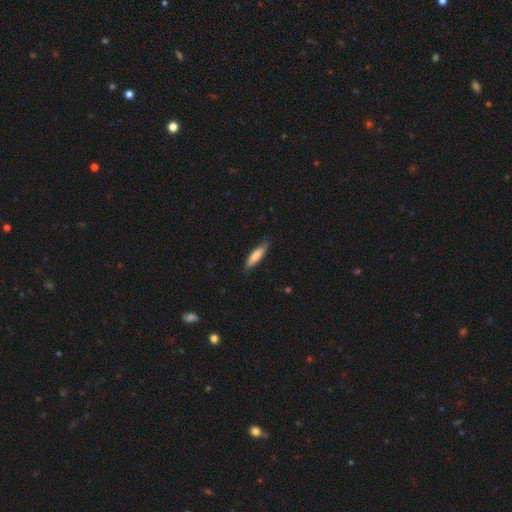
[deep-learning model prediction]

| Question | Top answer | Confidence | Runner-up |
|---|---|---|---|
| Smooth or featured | smooth | 75% | featured or disk (20%) |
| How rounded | cigar-shaped | 74% | in between (24%) |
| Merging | none | 82% | minor disturbance (14%) |